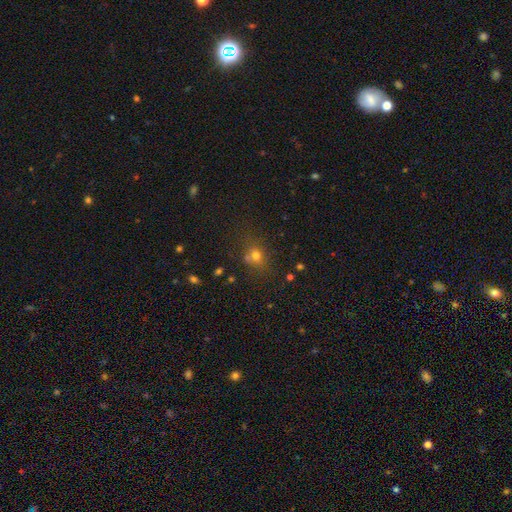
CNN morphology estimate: Smooth or featured?
  - smooth: 66% *
  - star or artifact: 22%
  - featured or disk: 12%
How rounded?
  - round: 71% *
  - in between: 27%
  - cigar-shaped: 1%
Merging?
  - none: 62% *
  - merger: 18%
  - minor disturbance: 14%
  - major disturbance: 6%